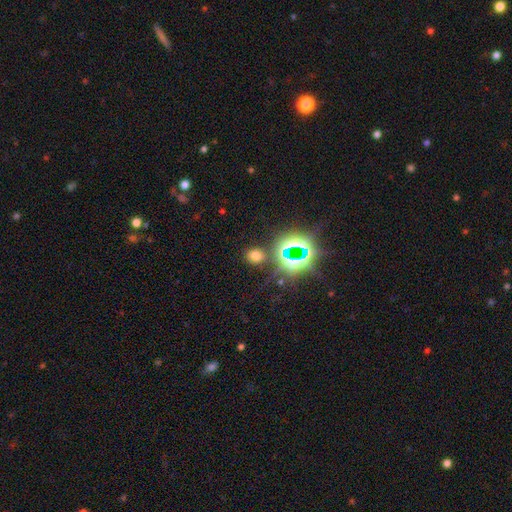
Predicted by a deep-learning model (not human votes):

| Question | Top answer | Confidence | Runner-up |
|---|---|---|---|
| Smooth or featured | smooth | 58% | star or artifact (35%) |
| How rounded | round | 61% | in between (37%) |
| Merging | none | 83% | minor disturbance (9%) |